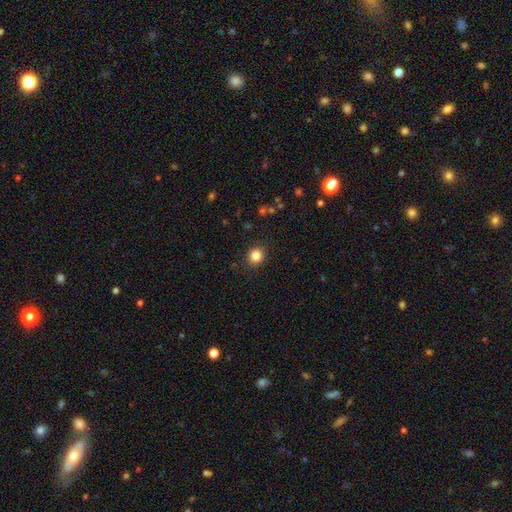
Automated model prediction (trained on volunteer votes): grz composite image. It shows a smooth galaxy with no disk features (84%) that is round (82%). Merging: none (90%).